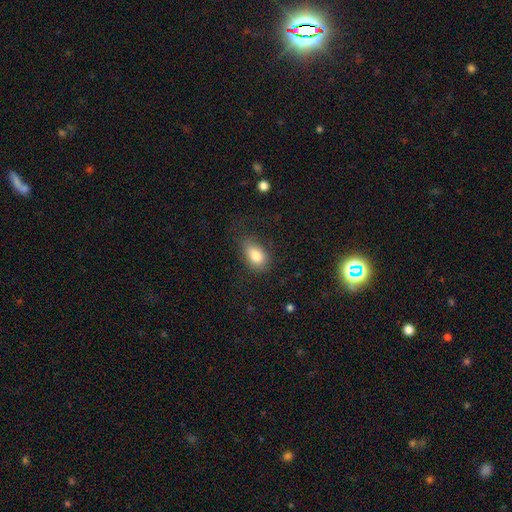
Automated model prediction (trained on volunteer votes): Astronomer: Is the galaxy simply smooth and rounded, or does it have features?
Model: smooth — 82%.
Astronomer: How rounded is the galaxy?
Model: in between — 83%.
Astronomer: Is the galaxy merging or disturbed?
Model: none — 65%.